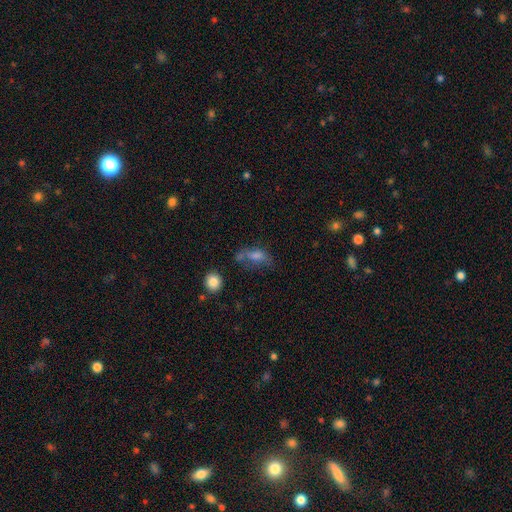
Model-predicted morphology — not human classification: type=smooth (57%); roundness=in between (76%); merging=none (44%).